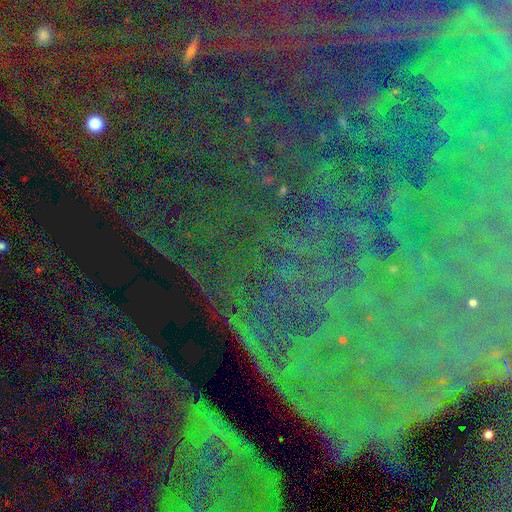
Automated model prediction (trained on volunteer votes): Morphology: type=star or artifact (81%).